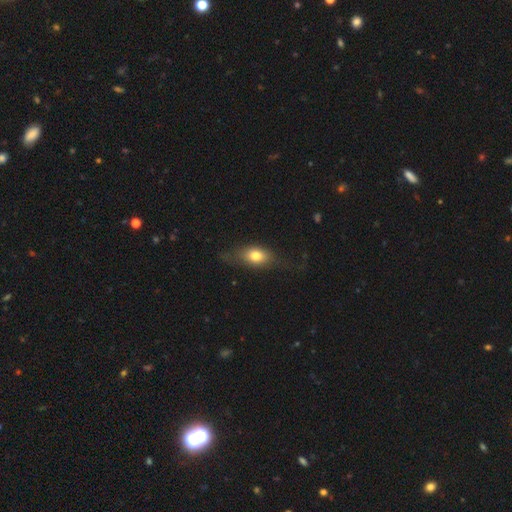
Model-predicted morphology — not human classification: This appears to be a smooth galaxy with no disk features (70%) that is in between round and cigar-shaped (73%). Merging: none (61%).